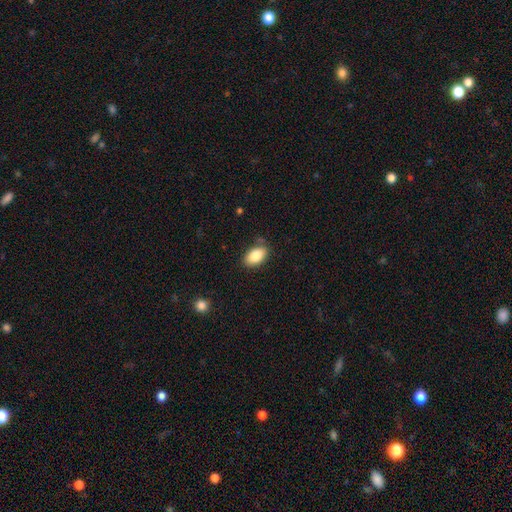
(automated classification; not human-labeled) smooth-or-featured: smooth: 85% | featured or disk: 8% | star or artifact: 7%
  how-rounded: in between: 92% | round: 6% | cigar-shaped: 2%
  merging: none: 81% | minor disturbance: 13% | major disturbance: 3% | merger: 2%